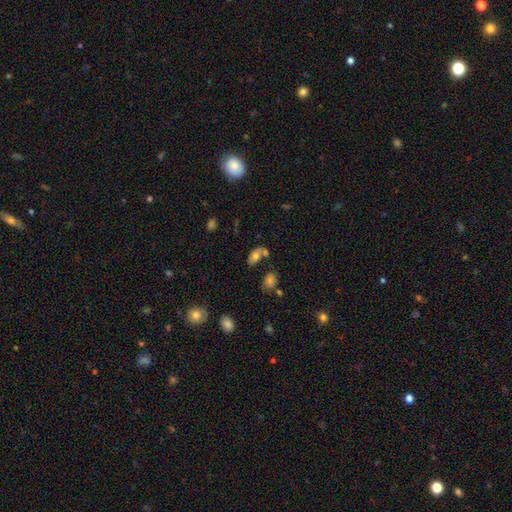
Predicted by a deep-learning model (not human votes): Smooth or featured?
  - smooth: 66% *
  - featured or disk: 22%
  - star or artifact: 12%
How rounded?
  - in between: 87% *
  - round: 9%
  - cigar-shaped: 5%
Merging?
  - none: 41% *
  - merger: 30%
  - minor disturbance: 18%
  - major disturbance: 11%